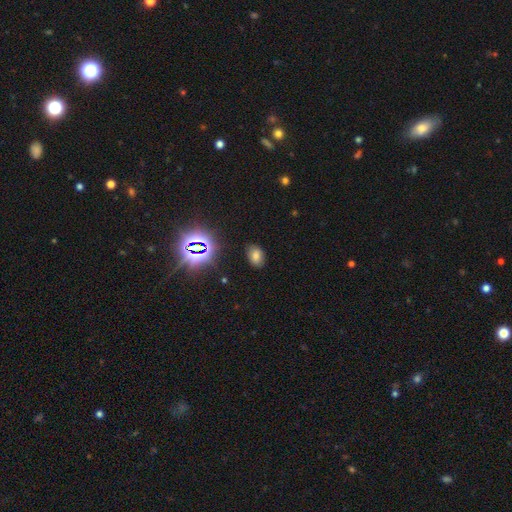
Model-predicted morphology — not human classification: smooth-or-featured: smooth: 64% | star or artifact: 27% | featured or disk: 10%
  how-rounded: in between: 79% | round: 20% | cigar-shaped: 1%
  merging: none: 85% | minor disturbance: 10% | major disturbance: 3% | merger: 1%